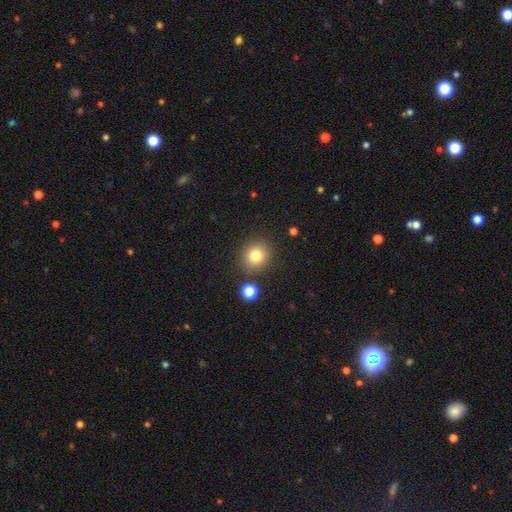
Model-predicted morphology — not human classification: A smooth galaxy with no disk features (80%) that is round (88%). Merging: none (84%).